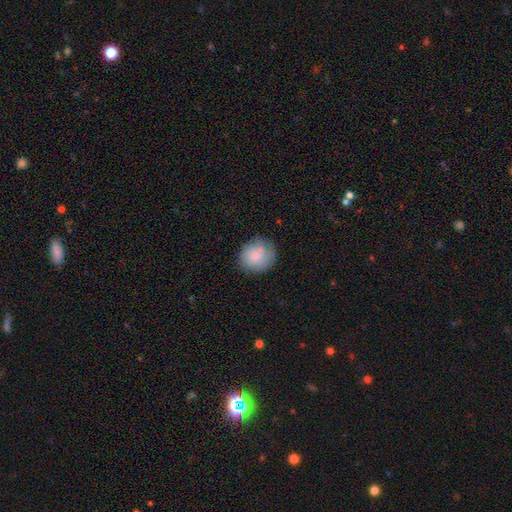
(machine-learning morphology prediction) smooth 70%, featured or disk 23%, star or artifact 8%. Down the decision tree: how rounded — round (84%); merging — none (75%).